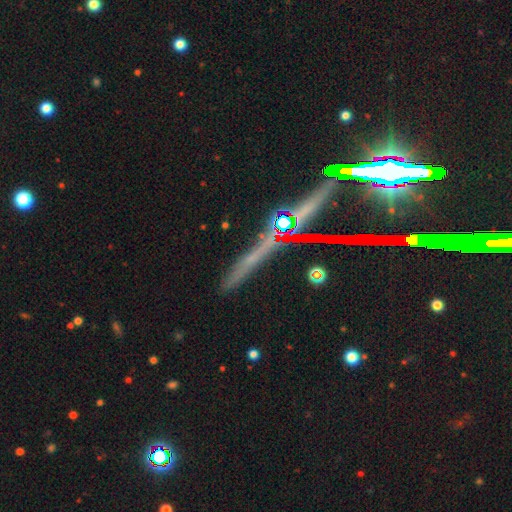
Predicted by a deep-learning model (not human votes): star or artifact 47%, featured or disk 36%, smooth 17%.